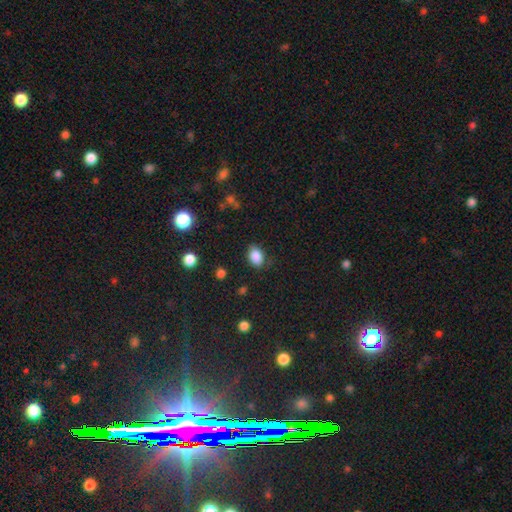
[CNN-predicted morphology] Smooth or featured?
  - smooth: 86% *
  - star or artifact: 9%
  - featured or disk: 5%
How rounded?
  - in between: 77% *
  - round: 22%
  - cigar-shaped: 1%
Merging?
  - none: 79% *
  - minor disturbance: 15%
  - major disturbance: 4%
  - merger: 1%